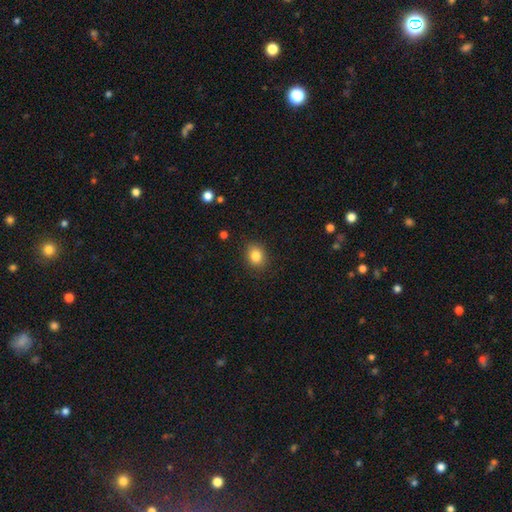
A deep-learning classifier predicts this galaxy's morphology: Smooth or featured? Predicted: smooth (p=0.84). How rounded? Predicted: round (p=0.56). Merging? Predicted: none (p=0.87).